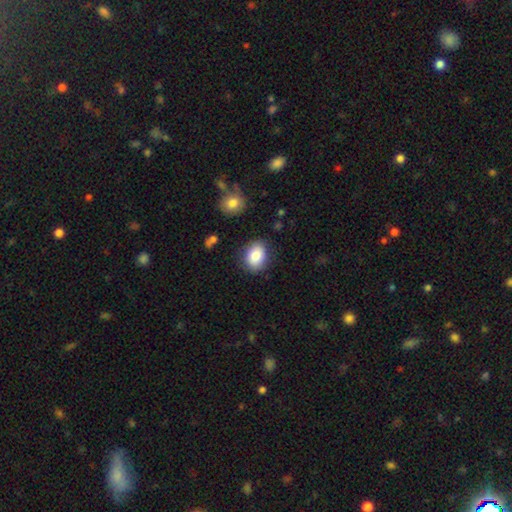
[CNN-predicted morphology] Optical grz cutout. It shows a smooth galaxy with no disk features (82%) that is in between round and cigar-shaped (61%). Merging: none (83%).